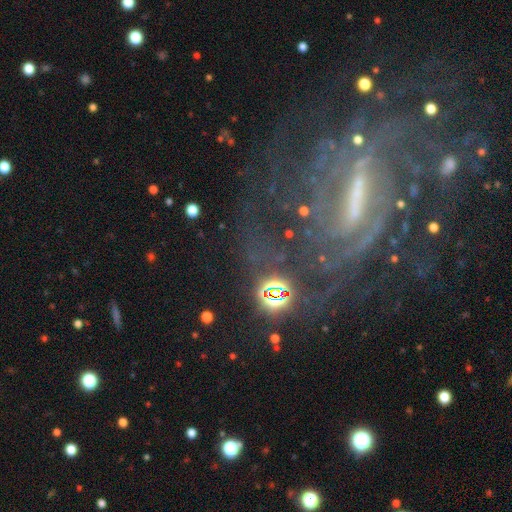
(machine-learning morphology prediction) Q: Smooth or featured?
A: featured or disk (78%); runner-up: star or artifact (13%)
Q: Edge-on disk?
A: no (87%); runner-up: yes (13%)
Q: Bar?
A: strong (64%); runner-up: weak (25%)
Q: Spiral arms?
A: yes (85%); runner-up: no (15%)
Q: Spiral winding?
A: tight (52%); runner-up: medium (34%)
Q: Spiral arm count?
A: can't tell (44%); runner-up: 2 (22%)
Q: Bulge size?
A: none (33%); tied with: small (33%)
Q: Merging?
A: none (61%); runner-up: major disturbance (18%)